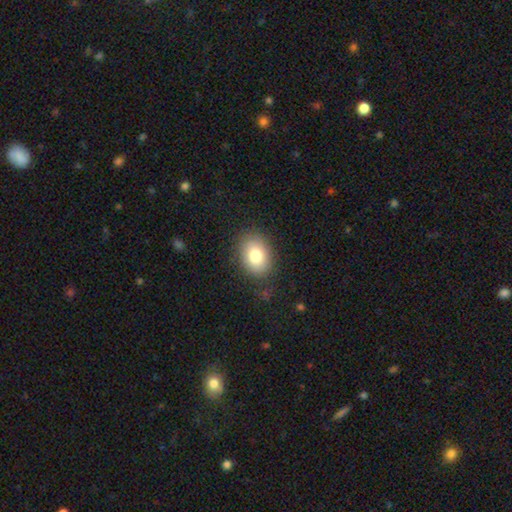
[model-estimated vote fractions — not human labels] The model was most divided on "how rounded": in between: 71%, round: 28%, cigar-shaped: 1%. More confident: merging — none (82%); smooth or featured — smooth (80%).